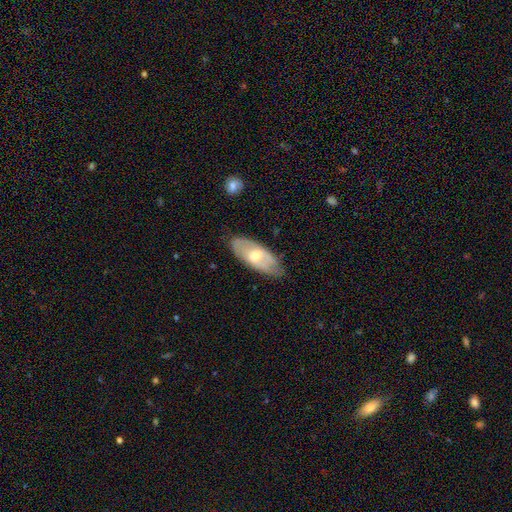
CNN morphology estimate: Smooth or featured?
  - smooth: 49% *
  - featured or disk: 46%
  - star or artifact: 5%
Merging?
  - none: 75% *
  - minor disturbance: 20%
  - major disturbance: 4%
  - merger: 1%